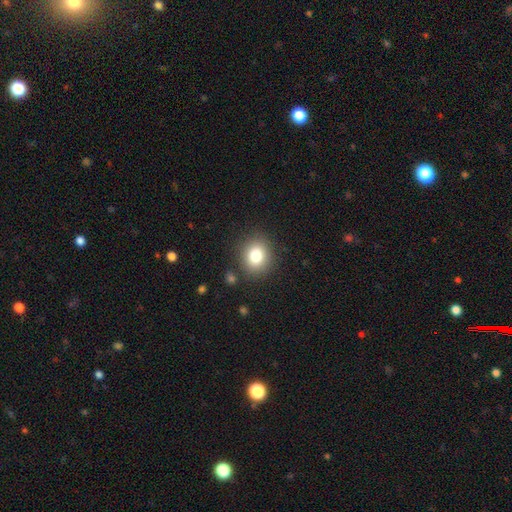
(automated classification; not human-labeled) smooth 82%, star or artifact 11%, featured or disk 8%. Down the decision tree: how rounded — round (69%); merging — none (85%).